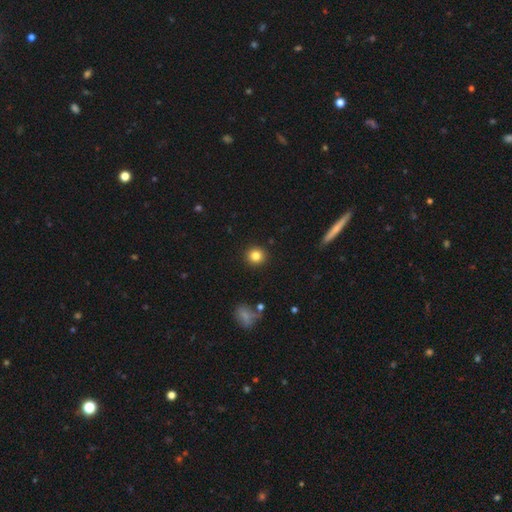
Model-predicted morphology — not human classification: Smooth or featured? Predicted: smooth (p=0.83). How rounded? Predicted: round (p=0.93). Merging? Predicted: none (p=0.92).